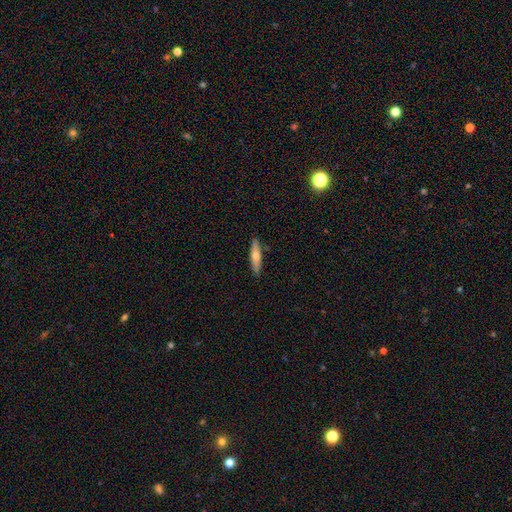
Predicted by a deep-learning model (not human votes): This is possibly a smooth galaxy (59%). How rounded: likely cigar-shaped (79%). Merging: clearly none (87%).